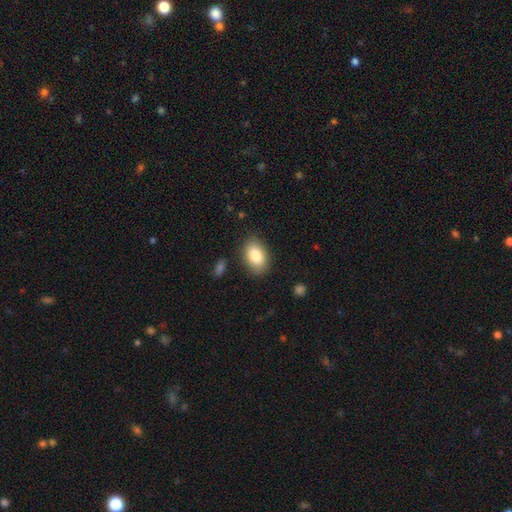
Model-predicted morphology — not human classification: Q: Smooth or featured?
A: smooth (83%); runner-up: featured or disk (10%)
Q: How rounded?
A: in between (88%); runner-up: round (10%)
Q: Merging?
A: none (85%); runner-up: minor disturbance (11%)